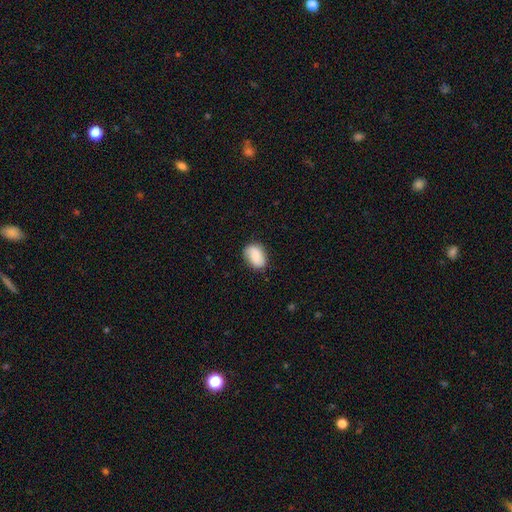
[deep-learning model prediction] smooth-or-featured: smooth: 73% | featured or disk: 20% | star or artifact: 7%
  how-rounded: in between: 78% | round: 21% | cigar-shaped: 1%
  merging: none: 74% | minor disturbance: 20% | major disturbance: 5% | merger: 1%